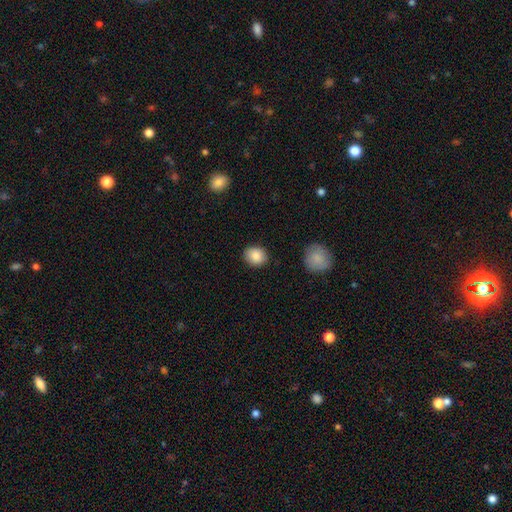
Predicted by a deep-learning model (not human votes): smooth-or-featured: smooth: 87% | star or artifact: 8% | featured or disk: 6%
  how-rounded: round: 63% | in between: 36% | cigar-shaped: 1%
  merging: none: 87% | minor disturbance: 10% | major disturbance: 2% | merger: 2%